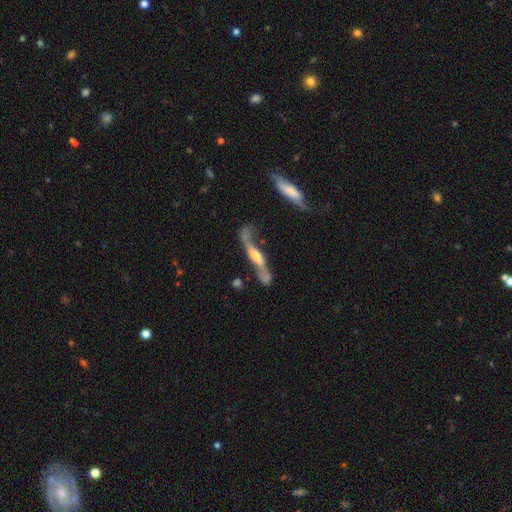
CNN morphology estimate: A featured or disk galaxy (82%) viewed edge-on (51%).

Vote fractions:
- Smooth or featured? featured or disk: 82% / smooth: 13% / star or artifact: 6%
- Edge-on disk? yes: 51% / no: 49%
- Merging? none: 51% / minor disturbance: 21% / major disturbance: 18% / merger: 11%